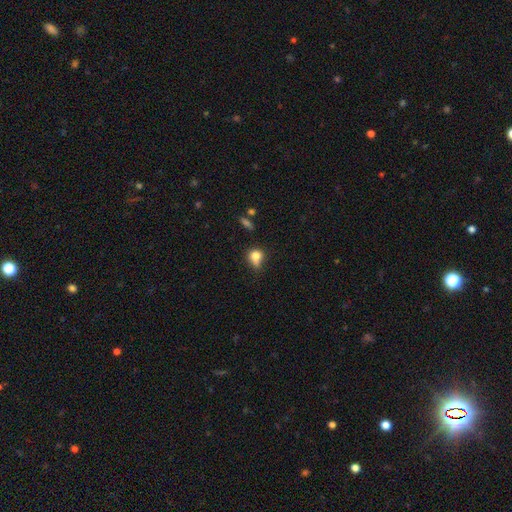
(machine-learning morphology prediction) smooth-or-featured: smooth: 77% | featured or disk: 12% | star or artifact: 11%
  how-rounded: round: 60% | in between: 37% | cigar-shaped: 2%
  merging: none: 39% | minor disturbance: 36% | major disturbance: 16% | merger: 9%